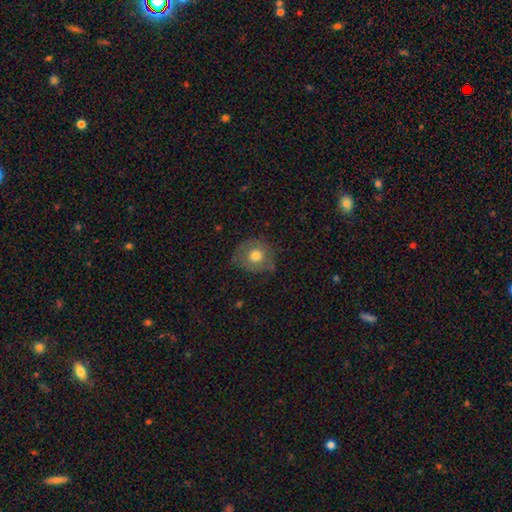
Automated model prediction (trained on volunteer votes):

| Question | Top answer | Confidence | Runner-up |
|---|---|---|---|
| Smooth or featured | smooth | 64% | featured or disk (27%) |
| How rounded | round | 87% | in between (12%) |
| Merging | none | 71% | minor disturbance (21%) |